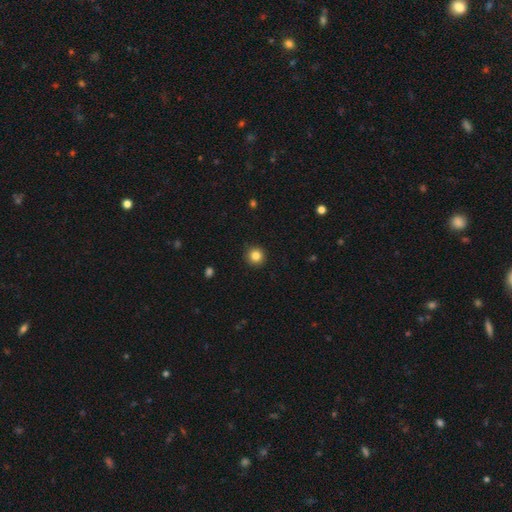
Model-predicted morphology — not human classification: Q: Smooth or featured?
A: smooth (84%); runner-up: star or artifact (11%)
Q: How rounded?
A: round (95%); runner-up: in between (4%)
Q: Merging?
A: none (92%); runner-up: minor disturbance (5%)